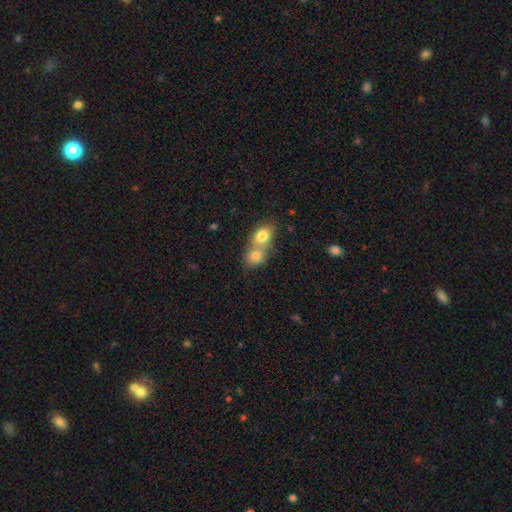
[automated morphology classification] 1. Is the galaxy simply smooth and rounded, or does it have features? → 78% smooth, 12% featured or disk, 10% star or artifact.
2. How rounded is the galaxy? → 54% round, 45% in between, 2% cigar-shaped.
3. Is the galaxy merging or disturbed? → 69% merger, 24% none, 5% minor disturbance, 2% major disturbance.